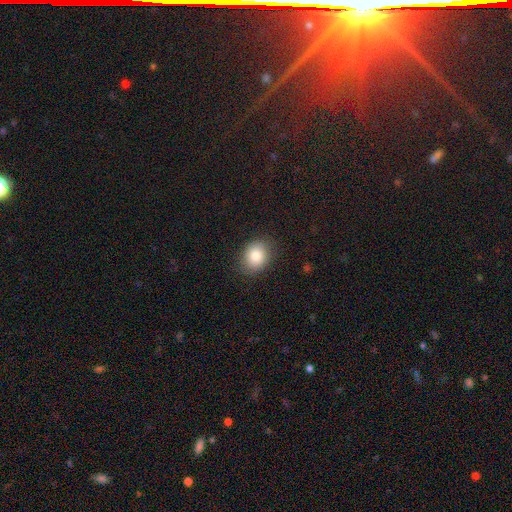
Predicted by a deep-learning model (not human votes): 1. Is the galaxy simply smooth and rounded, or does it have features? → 83% smooth, 9% star or artifact, 8% featured or disk.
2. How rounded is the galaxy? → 51% round, 49% in between, 1% cigar-shaped.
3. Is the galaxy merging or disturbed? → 84% none, 12% minor disturbance, 3% major disturbance, 1% merger.